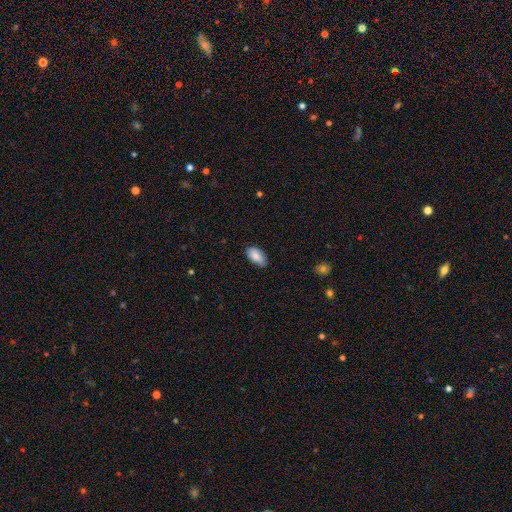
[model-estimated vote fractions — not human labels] This appears to be a smooth galaxy with no disk features (86%) that is in between round and cigar-shaped (93%). Merging: none (76%).